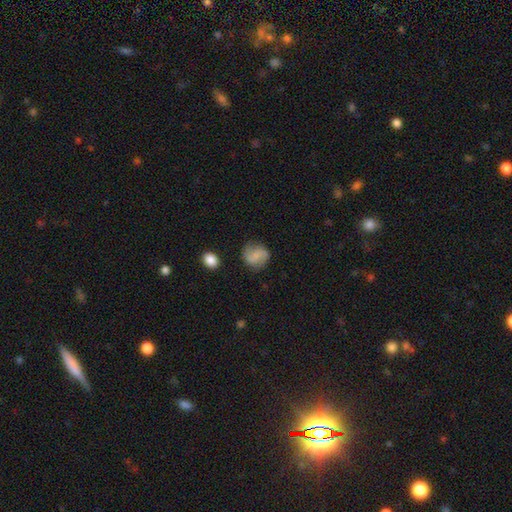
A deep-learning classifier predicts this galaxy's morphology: The model was most divided on "smooth or featured": smooth: 49%, featured or disk: 42%, star or artifact: 9%. More confident: merging — none (75%).